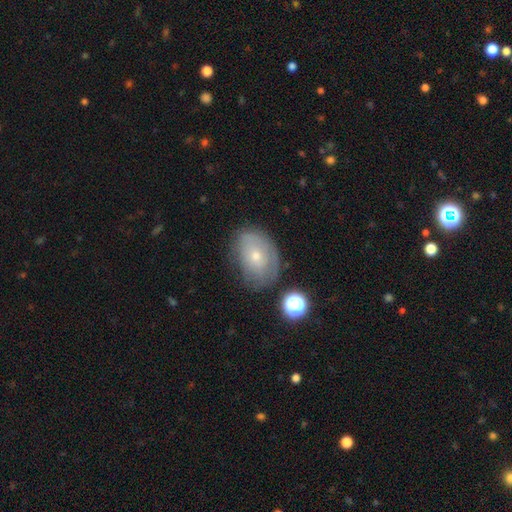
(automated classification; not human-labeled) smooth_or_featured: smooth (p=0.48) [alt: featured or disk p=0.41]
merging: none (p=0.62) [alt: minor disturbance p=0.26]